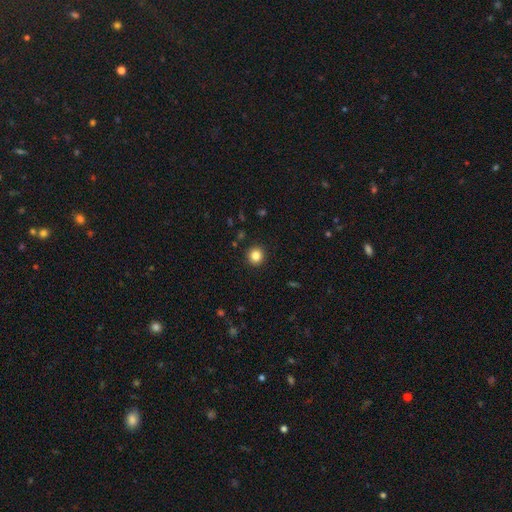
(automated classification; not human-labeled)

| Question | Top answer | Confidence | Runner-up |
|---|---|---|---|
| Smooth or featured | smooth | 84% | star or artifact (11%) |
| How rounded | round | 93% | in between (6%) |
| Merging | none | 92% | minor disturbance (5%) |